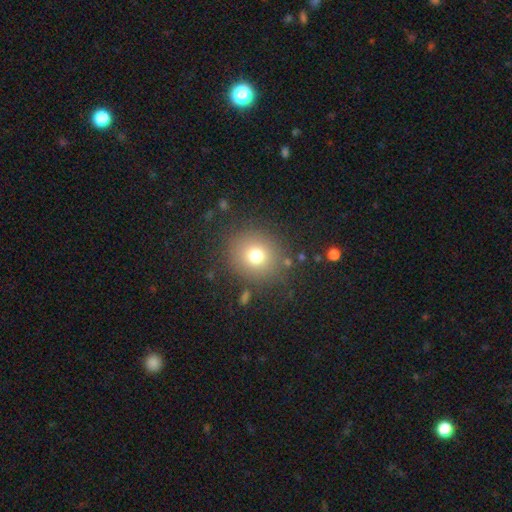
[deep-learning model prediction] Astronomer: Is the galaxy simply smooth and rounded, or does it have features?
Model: smooth — 75%.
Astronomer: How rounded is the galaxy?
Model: round — 87%.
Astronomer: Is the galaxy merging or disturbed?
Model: none — 84%.